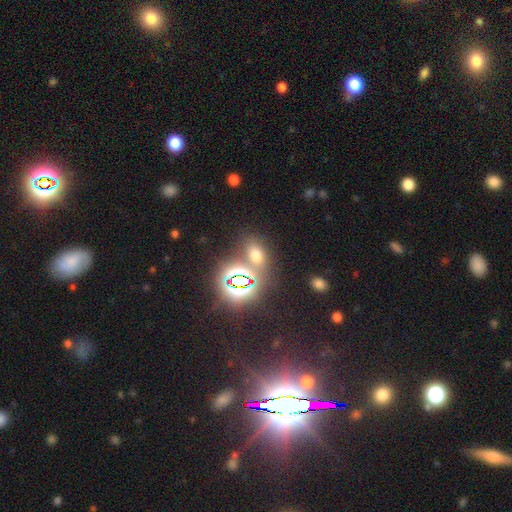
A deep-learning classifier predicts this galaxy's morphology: Smooth or featured: smooth — 49% (star or artifact — 42%)
Merging: none — 68% (merger — 16%)